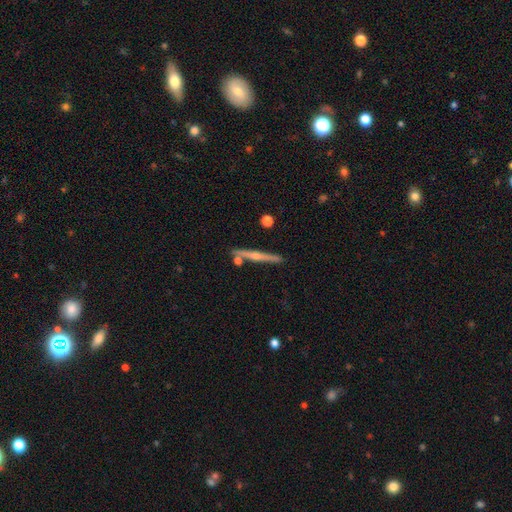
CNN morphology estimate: Smooth or featured: featured or disk — 67% (smooth — 27%)
Edge-on disk: yes — 98% (no — 2%)
Edge-on bulge: rounded — 73% (none — 21%)
Merging: none — 85% (minor disturbance — 8%)